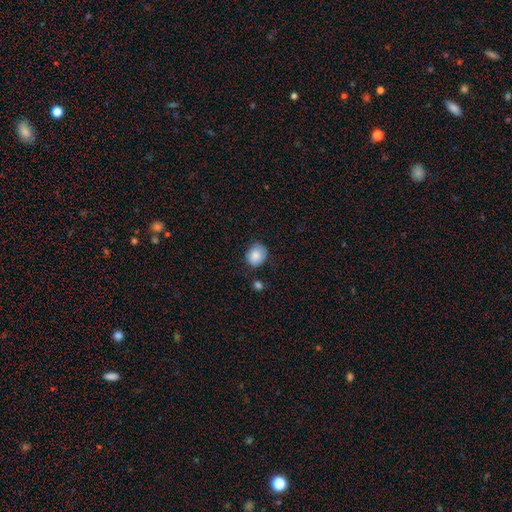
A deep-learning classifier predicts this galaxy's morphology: This appears to be a smooth galaxy with no disk features (85%) that is round (60%). Merging: none (73%).